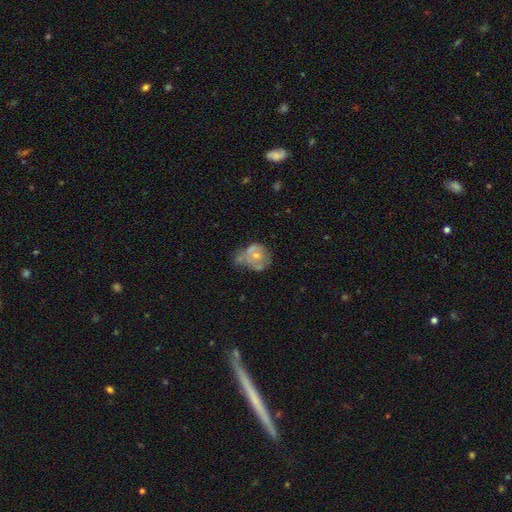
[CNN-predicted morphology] Smooth or featured? featured or disk (54%)
Edge-on disk? no (97%)
Bar? no (85%)
Spiral arms? no (64%)
Bulge size? moderate (45%)
Merging? none (36%)